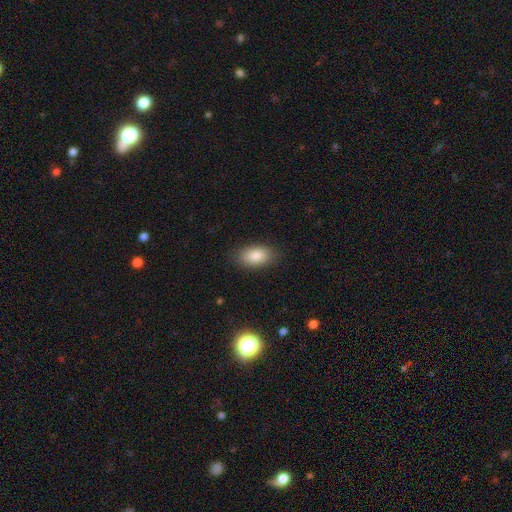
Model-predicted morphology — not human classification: Q: Smooth or featured?
A: smooth (84%); runner-up: star or artifact (9%)
Q: How rounded?
A: in between (91%); runner-up: round (7%)
Q: Merging?
A: none (87%); runner-up: minor disturbance (10%)